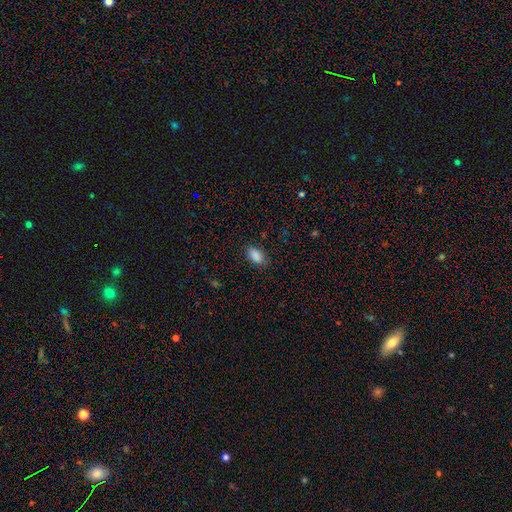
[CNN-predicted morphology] Smooth or featured?
  - smooth: 88% *
  - star or artifact: 8%
  - featured or disk: 4%
How rounded?
  - in between: 92% *
  - round: 5%
  - cigar-shaped: 3%
Merging?
  - none: 84% *
  - minor disturbance: 12%
  - major disturbance: 3%
  - merger: 1%